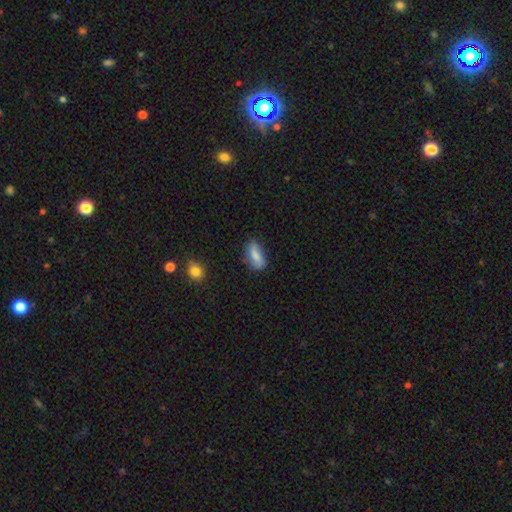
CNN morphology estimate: type=smooth (80%); roundness=in between (81%); merging=none (75%).